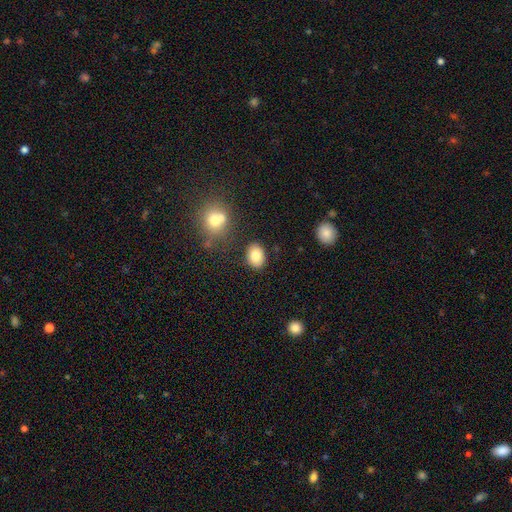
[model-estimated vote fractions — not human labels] A smooth galaxy with no disk features (83%) that is in between round and cigar-shaped (74%). Merging: none (83%).